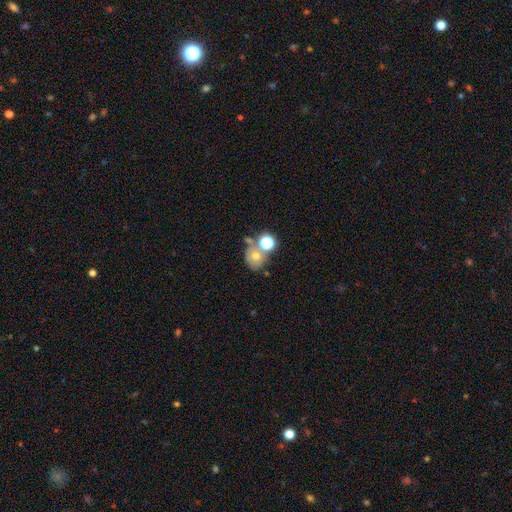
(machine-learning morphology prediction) smooth_or_featured: smooth (p=0.58) [alt: featured or disk p=0.25]
how_rounded: round (p=0.59) [alt: in between p=0.40]
merging: none (p=0.40) [tied with: merger p=0.40]